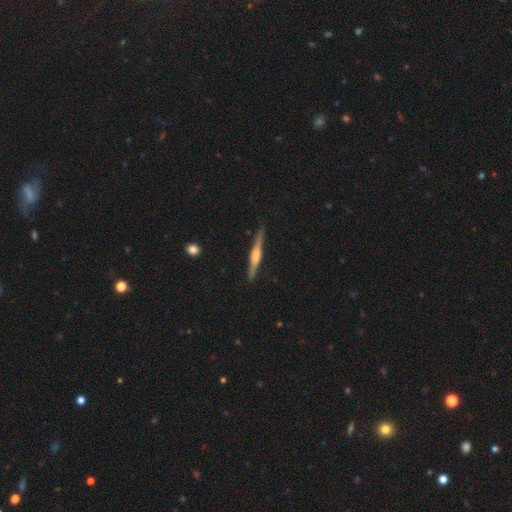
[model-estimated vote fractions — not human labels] Smooth or featured: featured or disk — 70% (smooth — 24%)
Edge-on disk: yes — 98% (no — 2%)
Edge-on bulge: rounded — 58% (boxy — 32%)
Merging: none — 89% (minor disturbance — 8%)